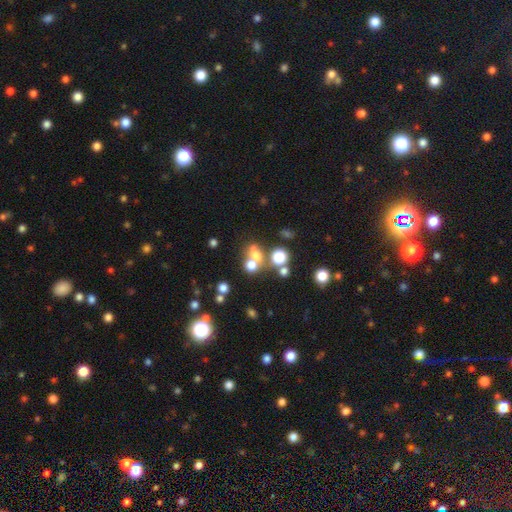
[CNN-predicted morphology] This is possibly a smooth galaxy (59%). How rounded: likely round (73%). Merging: marginally merger (45%).